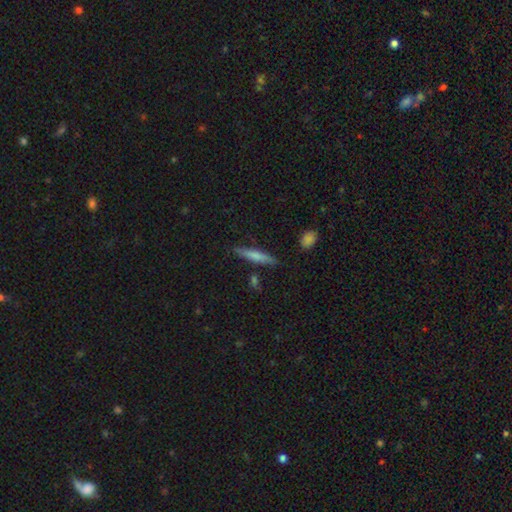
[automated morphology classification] This is likely a smooth galaxy (65%). How rounded: clearly cigar-shaped (89%). Merging: clearly none (83%).